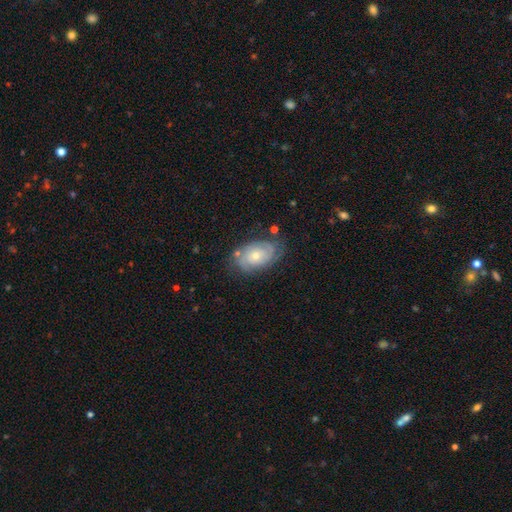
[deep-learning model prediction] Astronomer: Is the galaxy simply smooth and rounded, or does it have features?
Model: featured or disk — 68%.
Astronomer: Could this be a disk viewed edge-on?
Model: no — 96%.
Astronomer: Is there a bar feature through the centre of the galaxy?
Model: no — 78%.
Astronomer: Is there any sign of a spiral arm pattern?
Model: yes — 85%.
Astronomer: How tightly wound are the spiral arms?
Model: tight — 63%.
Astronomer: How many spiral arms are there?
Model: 2 — 43% (runner-up: can't tell, 36%).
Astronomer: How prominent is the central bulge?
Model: small — 53% (runner-up: moderate, 43%).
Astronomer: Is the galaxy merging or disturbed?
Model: none — 69%.